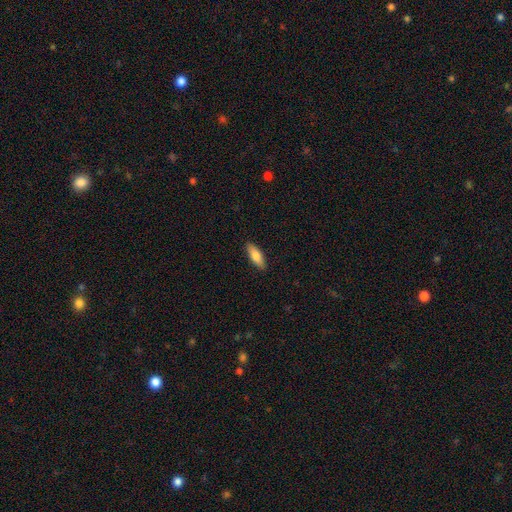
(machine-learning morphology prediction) A smooth galaxy with no disk features (76%) that is in between round and cigar-shaped (62%).

Vote fractions:
- Smooth or featured? smooth: 76% / featured or disk: 18% / star or artifact: 6%
- How rounded? in between: 62% / cigar-shaped: 36% / round: 2%
- Merging? none: 89% / minor disturbance: 8% / major disturbance: 2% / merger: 1%